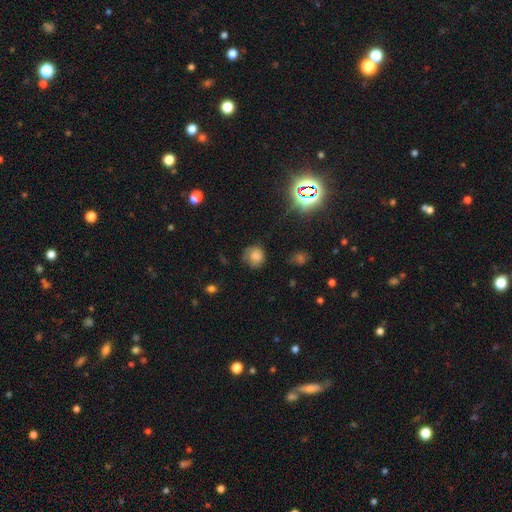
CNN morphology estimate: The model was most divided on "merging": none: 63%, minor disturbance: 25%, major disturbance: 10%, merger: 2%. More confident: how rounded — round (83%); smooth or featured — smooth (73%).